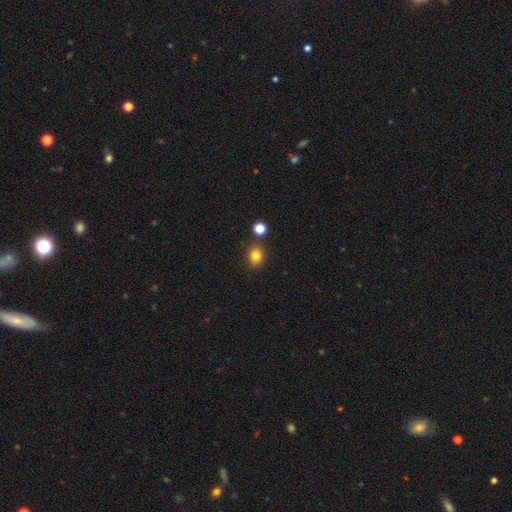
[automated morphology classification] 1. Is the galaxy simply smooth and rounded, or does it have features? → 81% smooth, 13% star or artifact, 6% featured or disk.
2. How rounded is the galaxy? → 63% round, 36% in between, 1% cigar-shaped.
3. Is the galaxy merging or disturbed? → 80% none, 10% minor disturbance, 7% merger, 3% major disturbance.